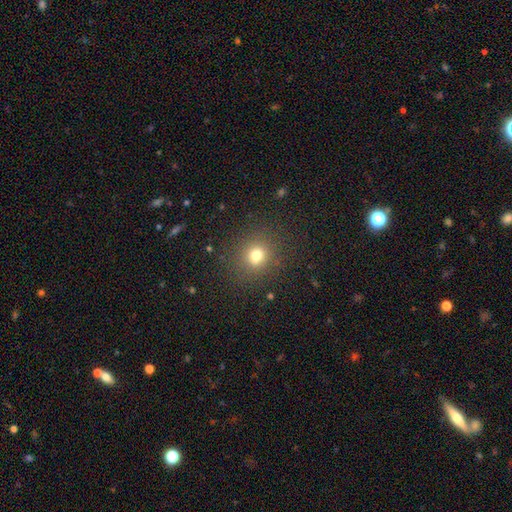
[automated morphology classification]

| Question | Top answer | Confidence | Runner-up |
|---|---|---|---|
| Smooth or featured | smooth | 74% | star or artifact (17%) |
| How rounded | round | 79% | in between (20%) |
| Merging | none | 85% | minor disturbance (9%) |